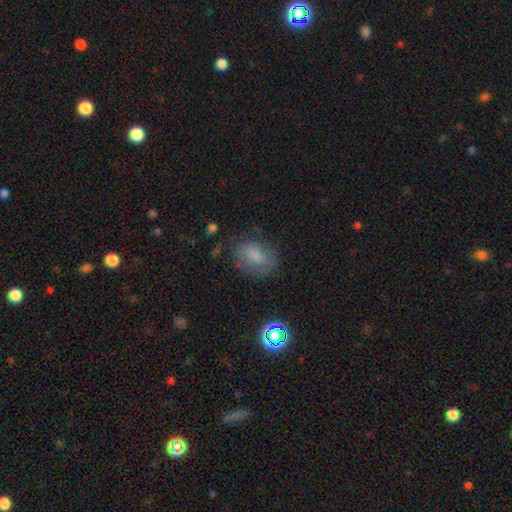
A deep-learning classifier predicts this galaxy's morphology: smooth 68%, featured or disk 17%, star or artifact 15%. Down the decision tree: how rounded — in between (73%); merging — none (69%).